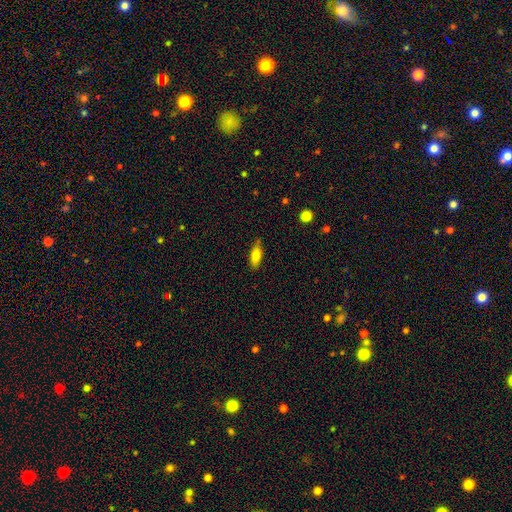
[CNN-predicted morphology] Q: Smooth or featured?
A: smooth (75%); runner-up: featured or disk (17%)
Q: How rounded?
A: in between (69%); runner-up: cigar-shaped (28%)
Q: Merging?
A: none (78%); runner-up: minor disturbance (17%)